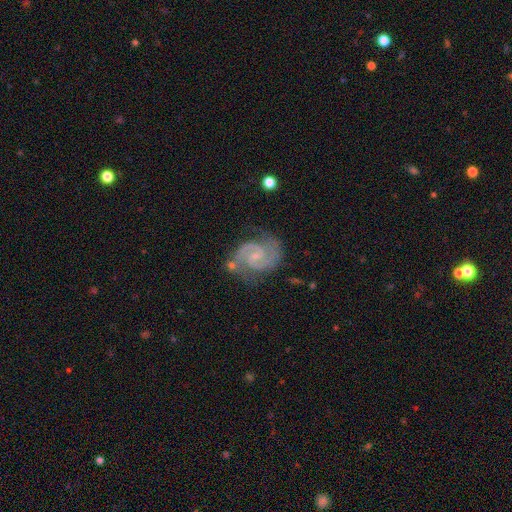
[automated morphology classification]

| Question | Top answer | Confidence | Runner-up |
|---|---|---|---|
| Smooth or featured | featured or disk | 91% | star or artifact (5%) |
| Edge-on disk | no | 98% | yes (2%) |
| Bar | weak | 48% | no (41%) |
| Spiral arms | yes | 98% | no (2%) |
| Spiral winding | medium | 56% | tight (36%) |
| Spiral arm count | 2 | 91% | 3 (3%) |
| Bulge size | small | 66% | moderate (18%) |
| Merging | none | 72% | minor disturbance (17%) |